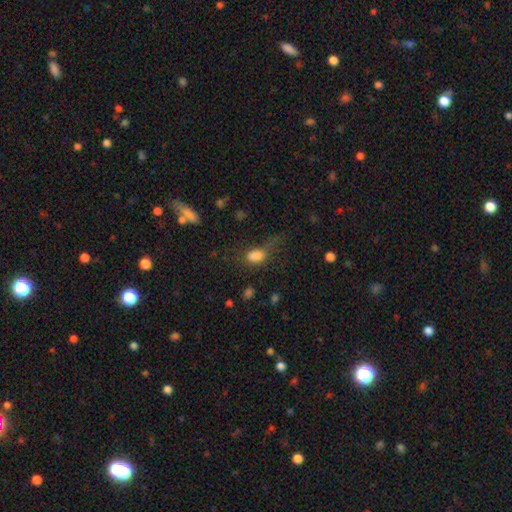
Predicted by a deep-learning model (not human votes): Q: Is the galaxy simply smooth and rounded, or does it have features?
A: smooth — 80%.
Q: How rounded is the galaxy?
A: in between — 85%.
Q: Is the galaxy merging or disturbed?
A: none — 38%.